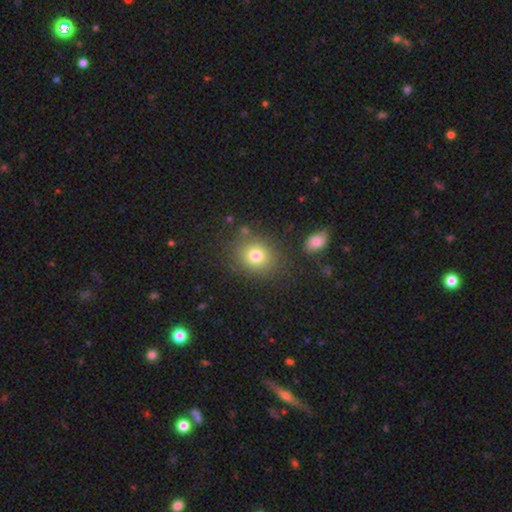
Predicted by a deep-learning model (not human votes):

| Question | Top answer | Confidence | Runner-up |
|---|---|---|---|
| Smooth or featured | smooth | 78% | star or artifact (12%) |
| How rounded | round | 65% | in between (34%) |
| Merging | none | 81% | minor disturbance (11%) |